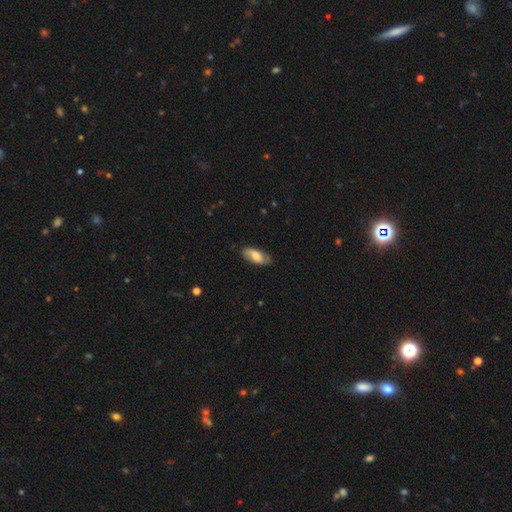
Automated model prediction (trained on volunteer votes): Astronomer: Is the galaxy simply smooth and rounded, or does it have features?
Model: smooth — 53% (runner-up: featured or disk, 41%).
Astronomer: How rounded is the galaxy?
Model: in between — 84%.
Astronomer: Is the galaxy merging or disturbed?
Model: none — 82%.